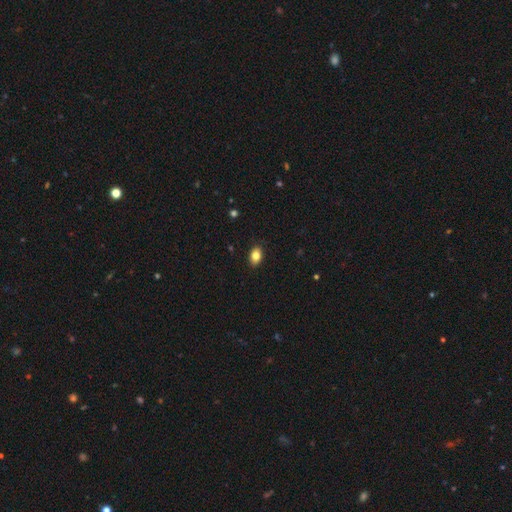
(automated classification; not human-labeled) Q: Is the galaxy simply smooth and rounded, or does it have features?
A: smooth — 83%.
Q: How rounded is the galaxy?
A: in between — 84%.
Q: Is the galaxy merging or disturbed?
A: none — 89%.